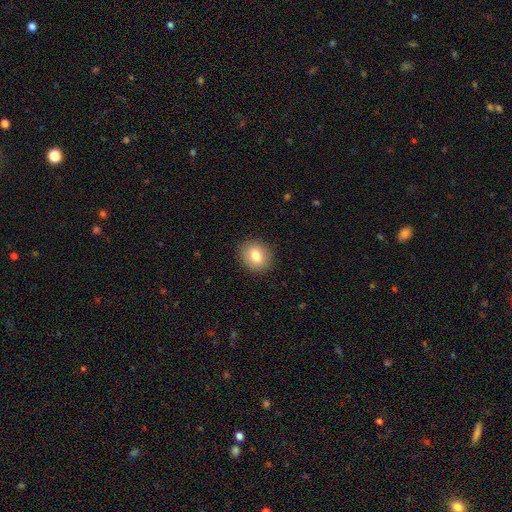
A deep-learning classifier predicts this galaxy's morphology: A smooth galaxy with no disk features (81%) that is round (56%). Merging: none (89%).